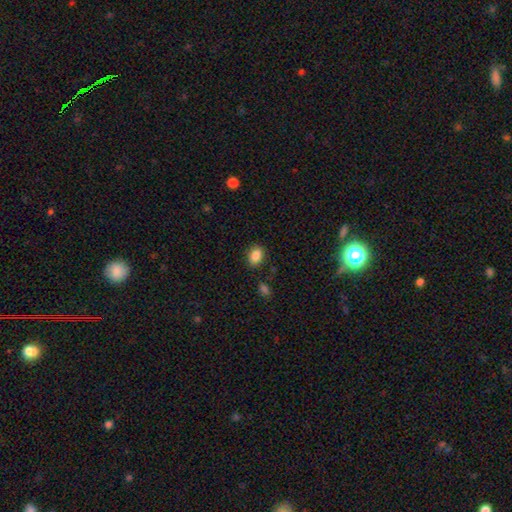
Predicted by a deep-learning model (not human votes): A smooth galaxy with no disk features (87%) that is in between round and cigar-shaped (75%).

Vote fractions:
- Smooth or featured? smooth: 87% / star or artifact: 9% / featured or disk: 4%
- How rounded? in between: 75% / round: 23% / cigar-shaped: 1%
- Merging? none: 84% / minor disturbance: 10% / major disturbance: 3% / merger: 2%